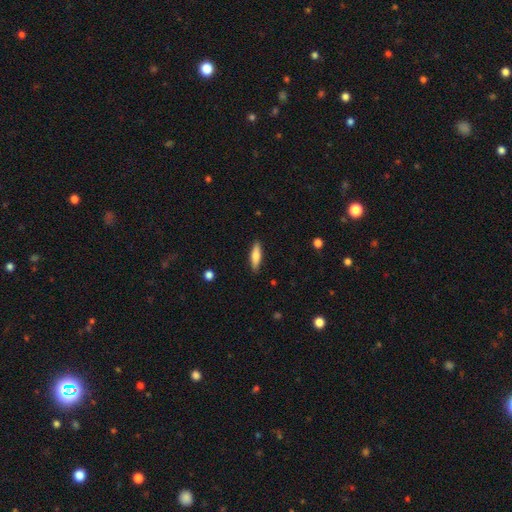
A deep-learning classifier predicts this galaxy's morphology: Smooth or featured? smooth (71%)
How rounded? cigar-shaped (59%)
Merging? none (89%)